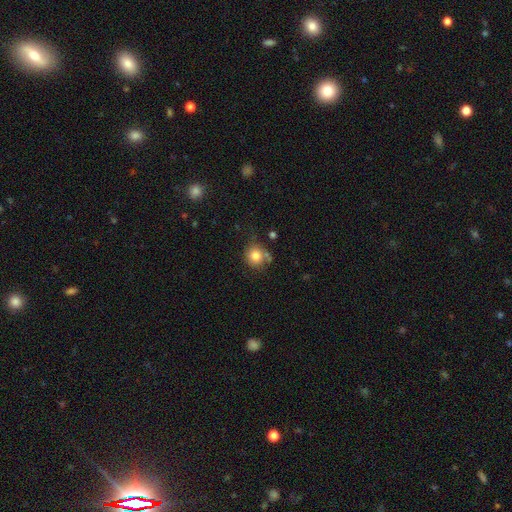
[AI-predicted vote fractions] smooth 81%, star or artifact 10%, featured or disk 8%. Down the decision tree: how rounded — round (87%); merging — none (68%).